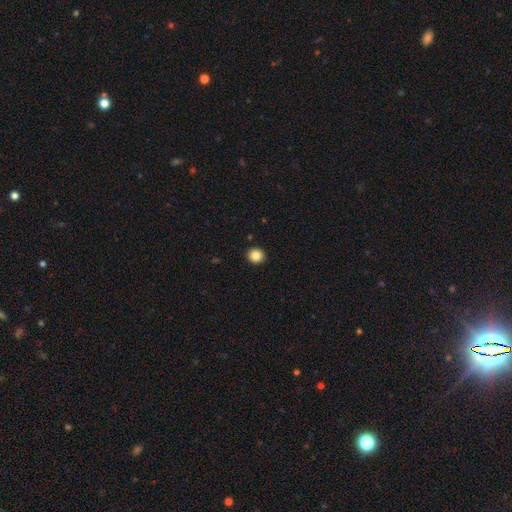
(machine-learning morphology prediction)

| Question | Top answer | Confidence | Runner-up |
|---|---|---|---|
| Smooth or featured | smooth | 85% | star or artifact (10%) |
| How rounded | round | 91% | in between (8%) |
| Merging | none | 93% | minor disturbance (4%) |